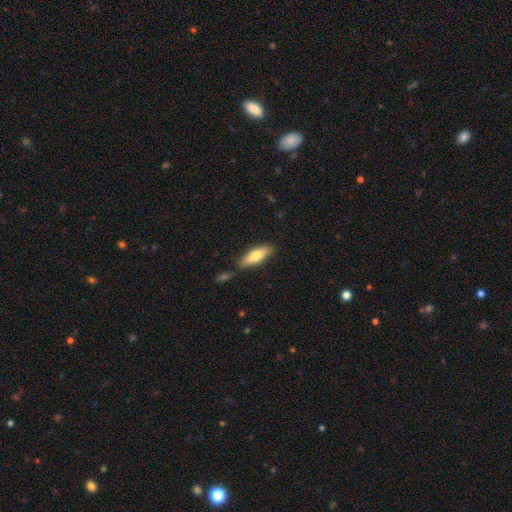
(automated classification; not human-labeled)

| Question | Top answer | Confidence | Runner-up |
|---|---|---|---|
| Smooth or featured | smooth | 72% | featured or disk (22%) |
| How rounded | cigar-shaped | 49% | tied: in between (49%) |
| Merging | none | 79% | minor disturbance (12%) |